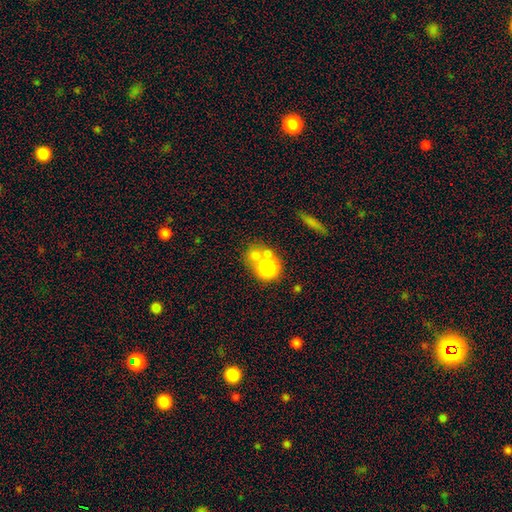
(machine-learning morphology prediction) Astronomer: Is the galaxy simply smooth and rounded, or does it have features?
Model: smooth — 66%.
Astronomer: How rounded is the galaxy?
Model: round — 79%.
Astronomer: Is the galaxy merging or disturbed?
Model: none — 43% (runner-up: merger, 41%).